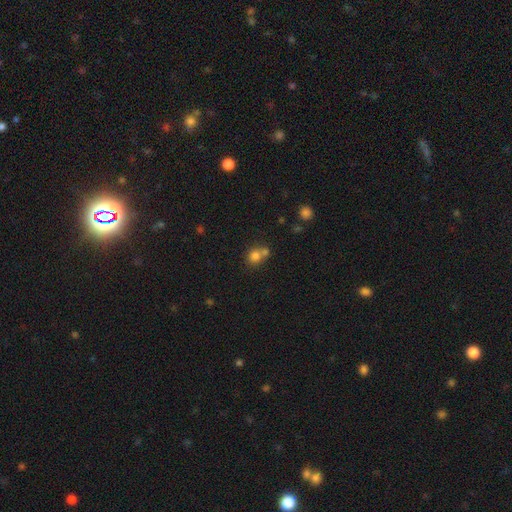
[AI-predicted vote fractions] Smooth or featured? Predicted: smooth (p=0.78). How rounded? Predicted: round (p=0.79). Merging? Predicted: merger (p=0.45).